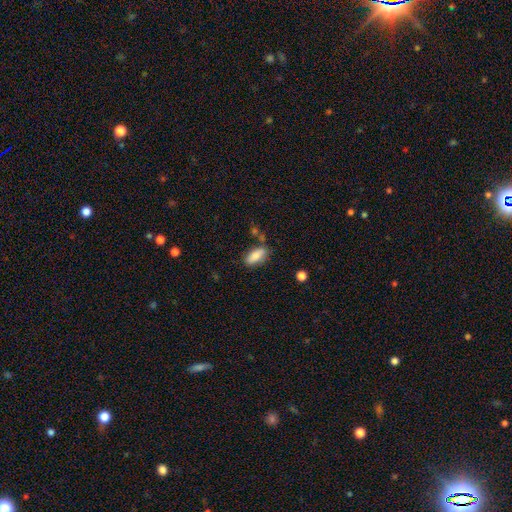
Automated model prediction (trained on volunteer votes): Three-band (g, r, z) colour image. It shows a smooth galaxy with no disk features (81%) that is in between round and cigar-shaped (80%). Merging: none (72%).